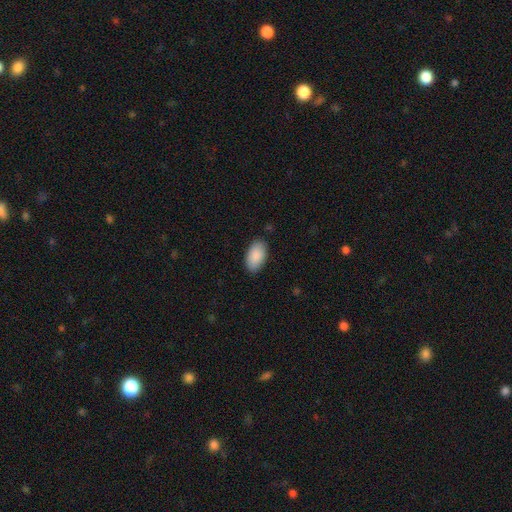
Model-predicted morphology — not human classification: Smooth or featured? Predicted: smooth (p=0.89). How rounded? Predicted: in between (p=0.95). Merging? Predicted: none (p=0.86).